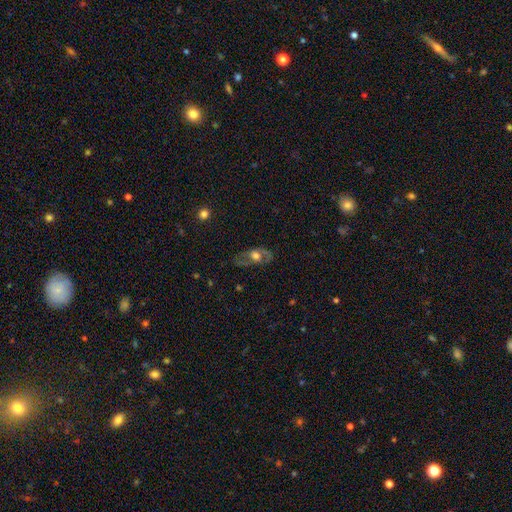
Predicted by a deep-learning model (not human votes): A featured or disk galaxy (55%).

Vote fractions:
- Smooth or featured? featured or disk: 55% / smooth: 36% / star or artifact: 9%
- Edge-on disk? no: 81% / yes: 19%
- Merging? none: 67% / minor disturbance: 20% / major disturbance: 11% / merger: 2%